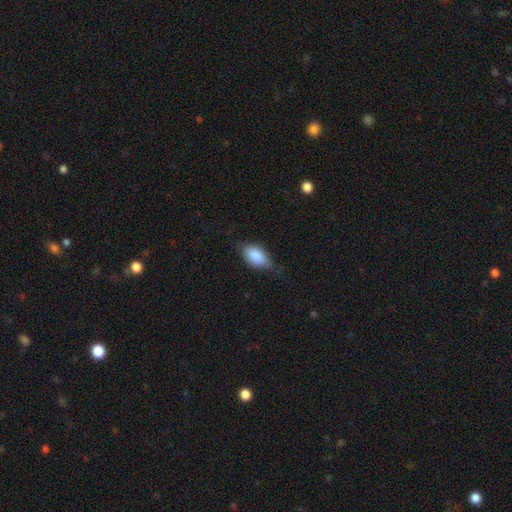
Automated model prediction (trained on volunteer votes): Q: Smooth or featured?
A: smooth (85%); runner-up: featured or disk (9%)
Q: How rounded?
A: in between (91%); runner-up: round (5%)
Q: Merging?
A: none (59%); runner-up: minor disturbance (31%)